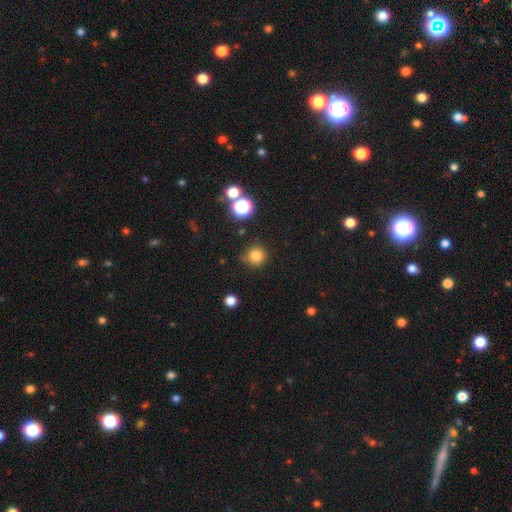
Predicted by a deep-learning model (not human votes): This is likely a smooth galaxy (80%). How rounded: clearly round (93%). Merging: clearly none (81%).